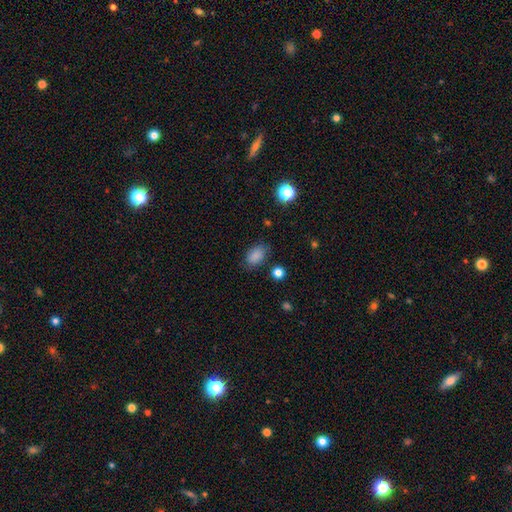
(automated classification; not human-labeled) This appears to be a smooth galaxy with no disk features (85%) that is in between round and cigar-shaped (88%). Merging: none (79%).